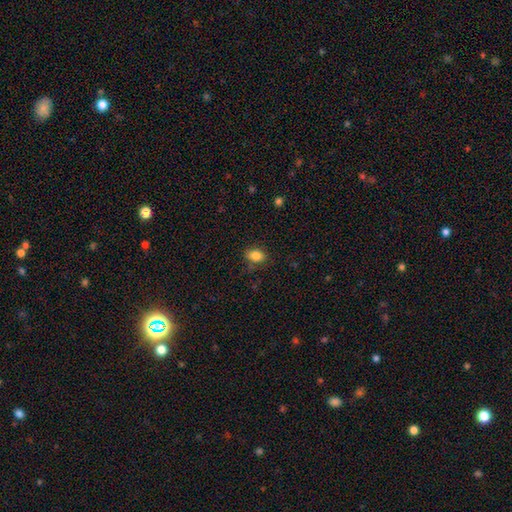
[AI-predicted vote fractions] smooth_or_featured: smooth (p=0.84) [alt: star or artifact p=0.10]
how_rounded: in between (p=0.79) [alt: round p=0.19]
merging: none (p=0.81) [alt: minor disturbance p=0.14]